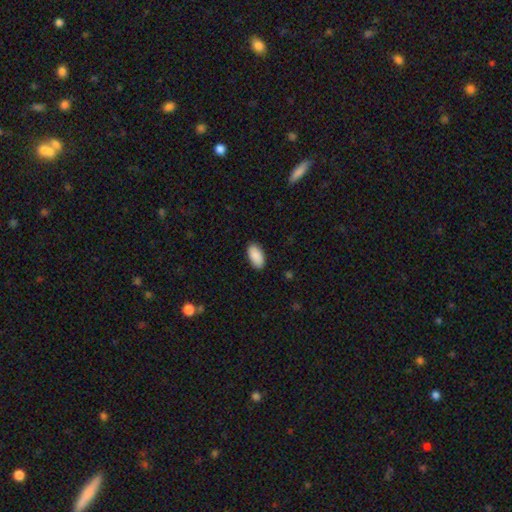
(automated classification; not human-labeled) Overall: smooth (90%). How rounded: in between (95%). Merging: none (88%).